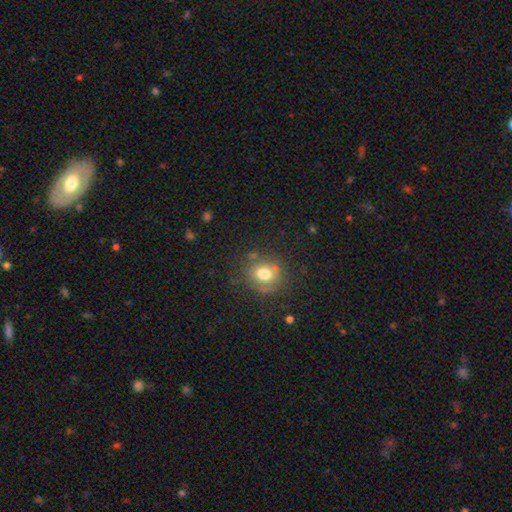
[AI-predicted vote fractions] Q: Smooth or featured?
A: smooth (59%); runner-up: star or artifact (28%)
Q: How rounded?
A: round (84%); runner-up: in between (15%)
Q: Merging?
A: none (84%); runner-up: minor disturbance (9%)